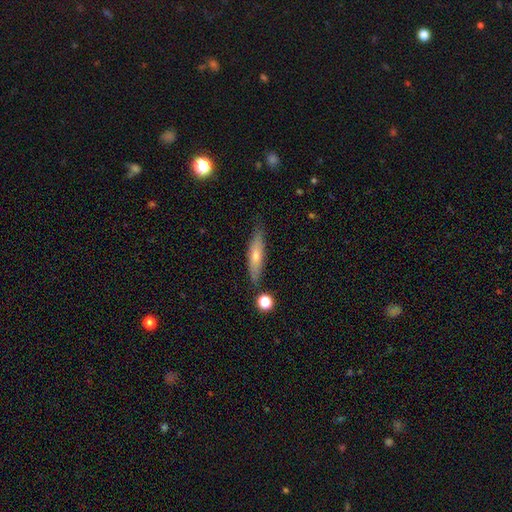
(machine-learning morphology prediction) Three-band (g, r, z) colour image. It shows a smooth galaxy with no disk features (53%) that is cigar-shaped (81%). Merging: none (82%).